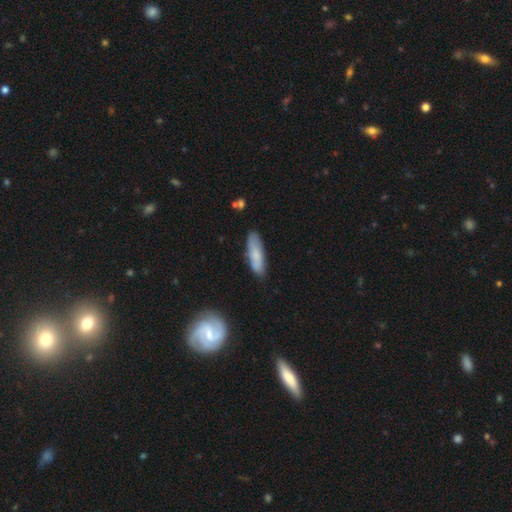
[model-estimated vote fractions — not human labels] A smooth galaxy with no disk features (71%) that is cigar-shaped (56%). Merging: none (78%).